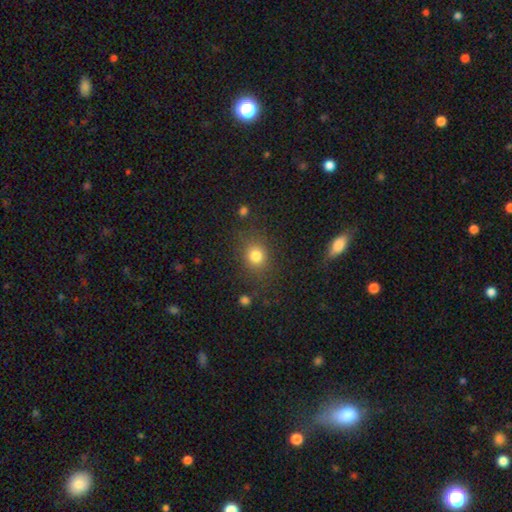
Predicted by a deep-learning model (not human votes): Smooth or featured? smooth (79%)
How rounded? round (73%)
Merging? none (81%)